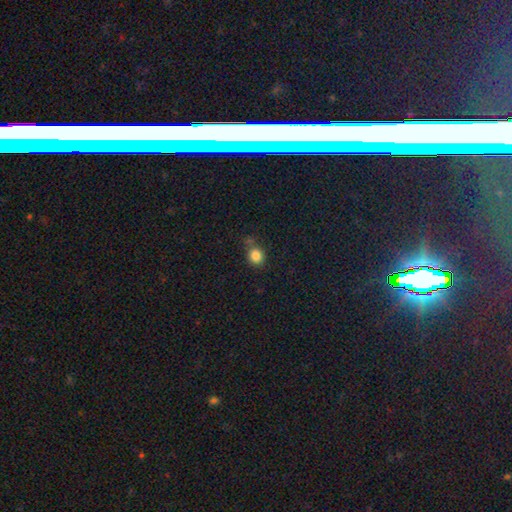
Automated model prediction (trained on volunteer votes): This is clearly a smooth galaxy (84%). How rounded: likely round (77%). Merging: likely none (70%).